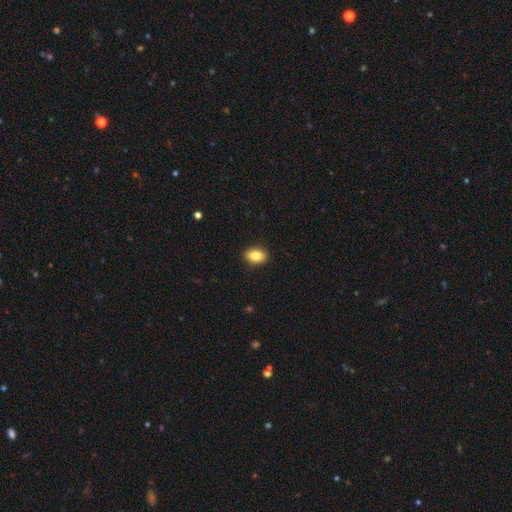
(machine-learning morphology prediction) smooth 85%, star or artifact 8%, featured or disk 7%. Down the decision tree: how rounded — in between (80%); merging — none (91%).